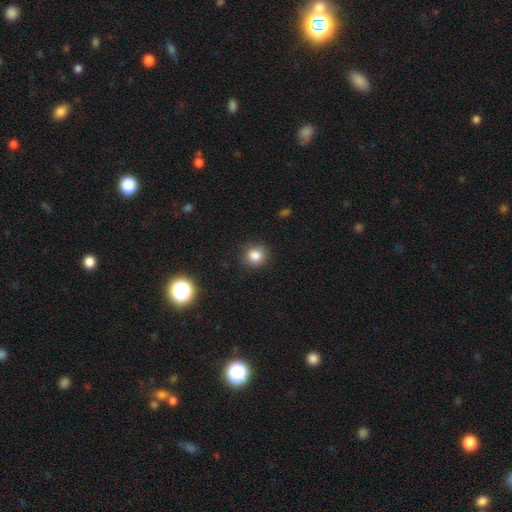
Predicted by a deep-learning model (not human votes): Overall: smooth (84%). How rounded: round (87%). Merging: none (86%).